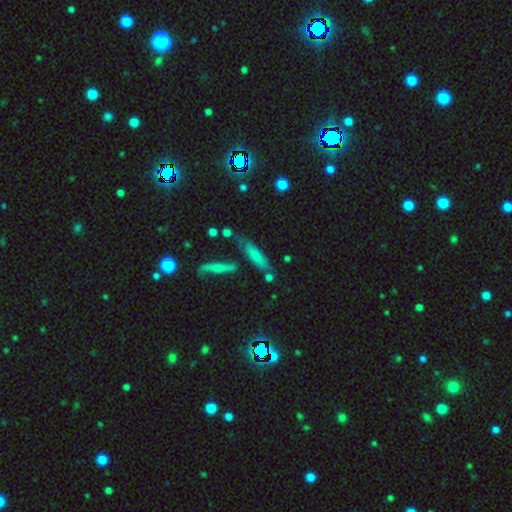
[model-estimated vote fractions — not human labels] Smooth or featured?
  - smooth: 60% *
  - featured or disk: 31%
  - star or artifact: 9%
How rounded?
  - cigar-shaped: 61% *
  - in between: 36%
  - round: 3%
Merging?
  - none: 60% *
  - minor disturbance: 21%
  - merger: 12%
  - major disturbance: 7%